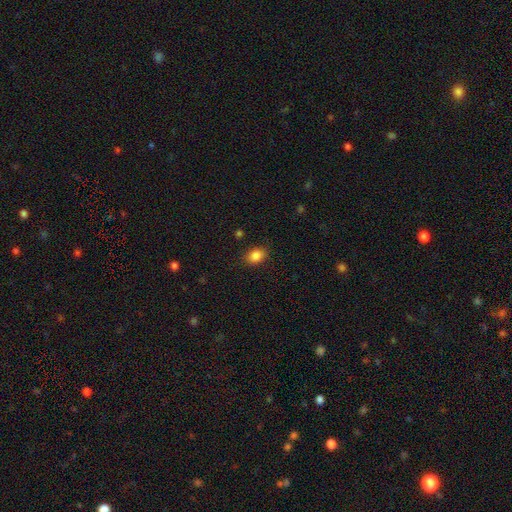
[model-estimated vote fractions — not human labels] Morphology: type=smooth (85%); roundness=in between (66%); merging=none (84%).